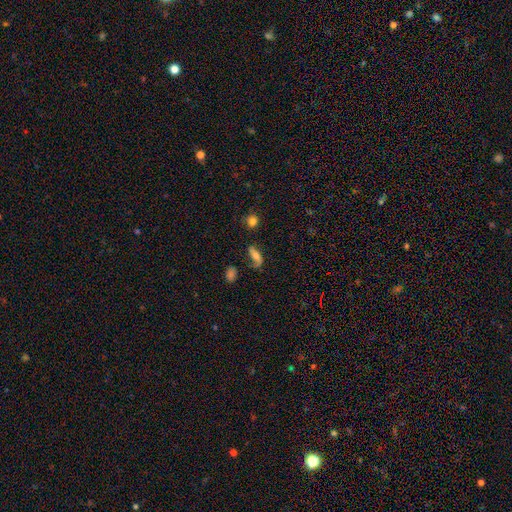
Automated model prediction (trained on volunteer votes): smooth 45%, featured or disk 44%, star or artifact 10%. Down the decision tree: merging — none (52%).